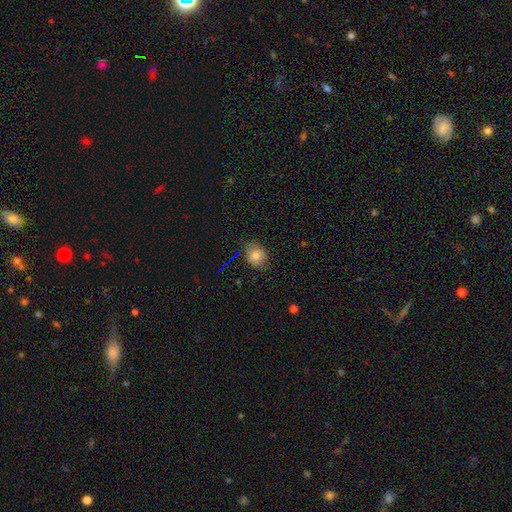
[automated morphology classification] Smooth or featured? Predicted: smooth (p=0.78). How rounded? Predicted: in between (p=0.54). Merging? Predicted: none (p=0.76).